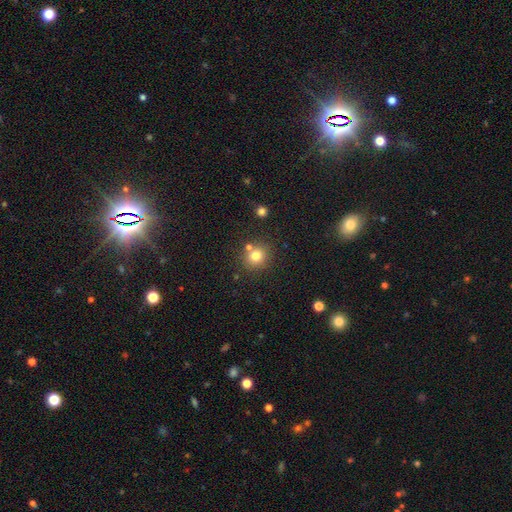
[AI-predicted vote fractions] Q: Smooth or featured?
A: smooth (78%); runner-up: star or artifact (14%)
Q: How rounded?
A: round (86%); runner-up: in between (13%)
Q: Merging?
A: none (75%); runner-up: merger (13%)